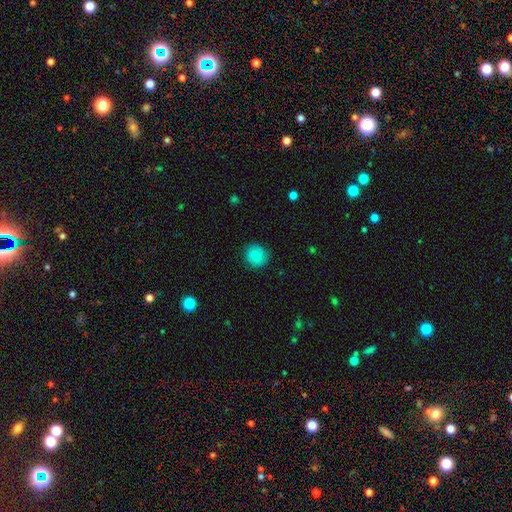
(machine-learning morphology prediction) Smooth or featured? smooth (84%)
How rounded? round (89%)
Merging? none (87%)